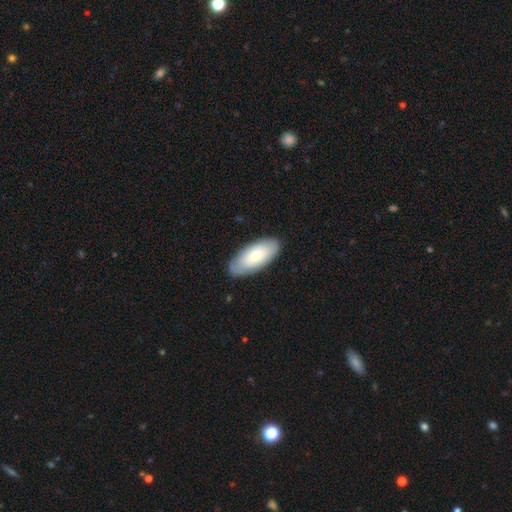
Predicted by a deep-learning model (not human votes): Smooth or featured? smooth (71%)
How rounded? in between (89%)
Merging? none (83%)